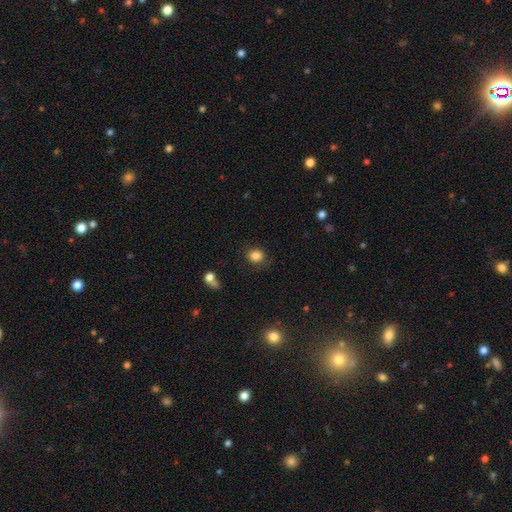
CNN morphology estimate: A smooth galaxy with no disk features (85%) that is round (68%). Merging: none (81%).